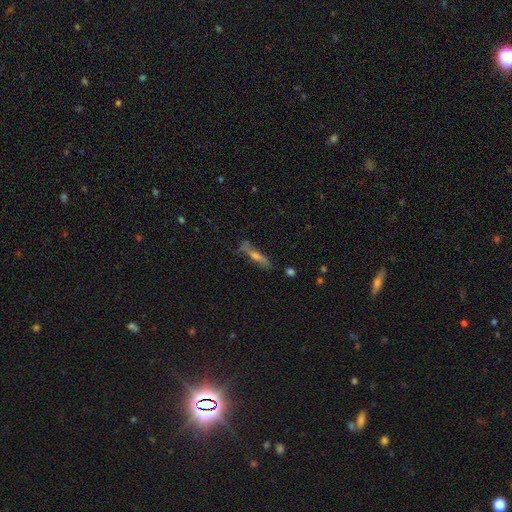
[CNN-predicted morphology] featured or disk 50%, smooth 38%, star or artifact 12%. Down the decision tree: merging — none (65%).